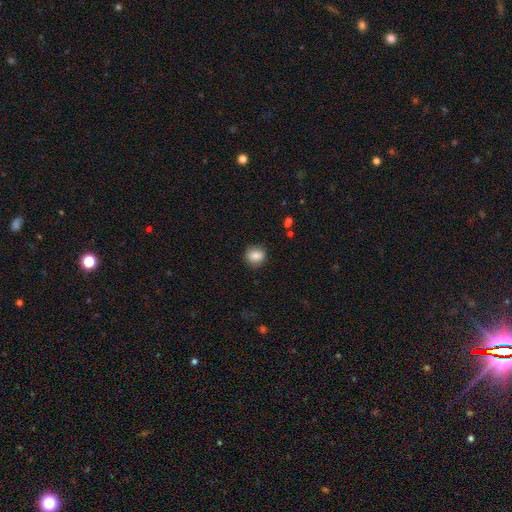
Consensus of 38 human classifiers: smooth-or-featured: smooth: 92% | star or artifact: 5% | featured or disk: 3%
  how-rounded: round: 74% | in between: 26% | cigar-shaped: 0%
  merging: none: 92% | minor disturbance: 8% | major disturbance: 0% | merger: 0%